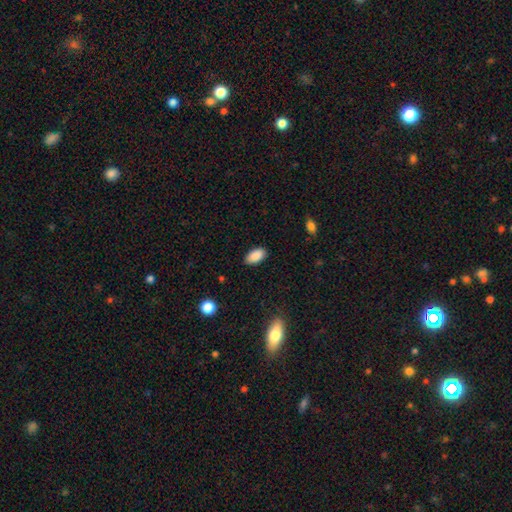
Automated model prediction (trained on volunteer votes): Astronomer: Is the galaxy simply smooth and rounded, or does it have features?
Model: smooth — 89%.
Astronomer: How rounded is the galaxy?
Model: in between — 94%.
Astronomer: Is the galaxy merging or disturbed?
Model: none — 86%.